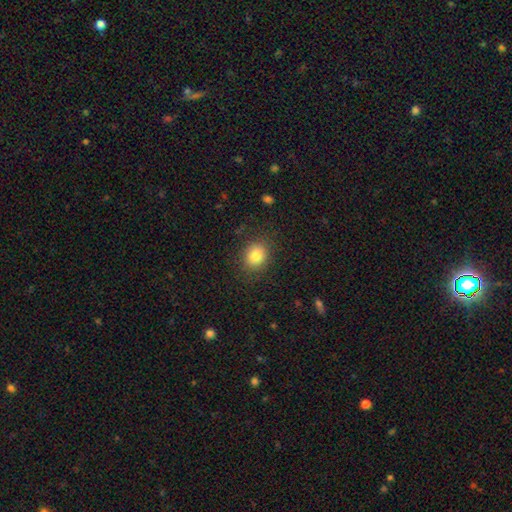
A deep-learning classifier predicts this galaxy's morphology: Smooth or featured? smooth (83%)
How rounded? round (67%)
Merging? none (86%)